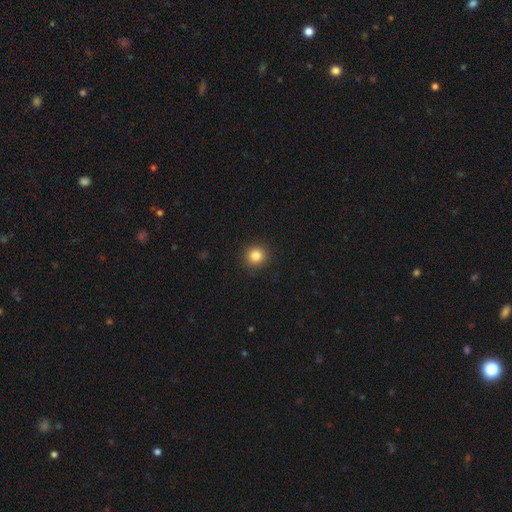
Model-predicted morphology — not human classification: Smooth or featured?
  - smooth: 84% *
  - star or artifact: 11%
  - featured or disk: 5%
How rounded?
  - round: 93% *
  - in between: 6%
  - cigar-shaped: 1%
Merging?
  - none: 92% *
  - minor disturbance: 5%
  - major disturbance: 2%
  - merger: 1%